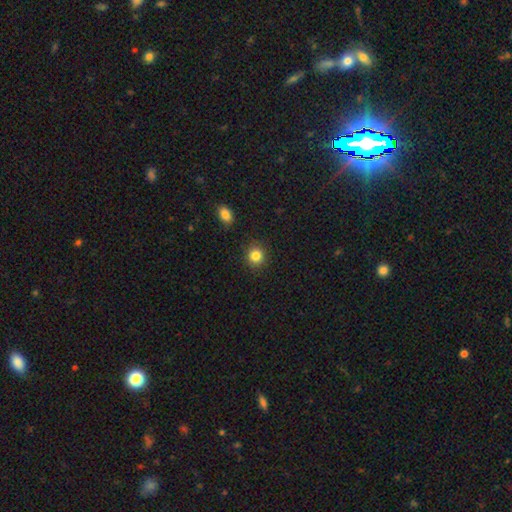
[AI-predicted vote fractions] smooth-or-featured: smooth: 84% | star or artifact: 11% | featured or disk: 5%
  how-rounded: round: 86% | in between: 13% | cigar-shaped: 1%
  merging: none: 89% | minor disturbance: 7% | major disturbance: 2% | merger: 2%